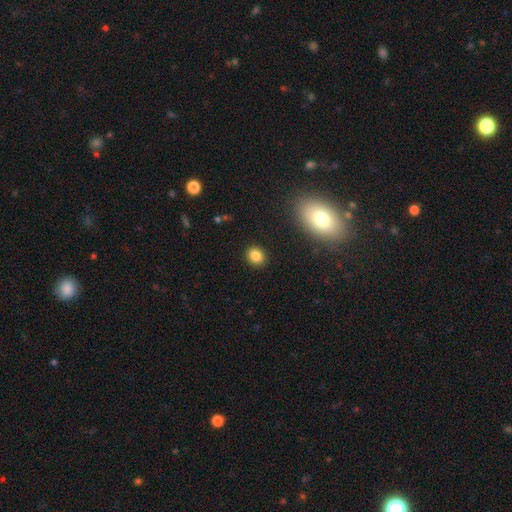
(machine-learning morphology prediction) smooth_or_featured: smooth (p=0.84) [alt: star or artifact p=0.11]
how_rounded: round (p=0.59) [alt: in between p=0.40]
merging: none (p=0.89) [alt: minor disturbance p=0.07]